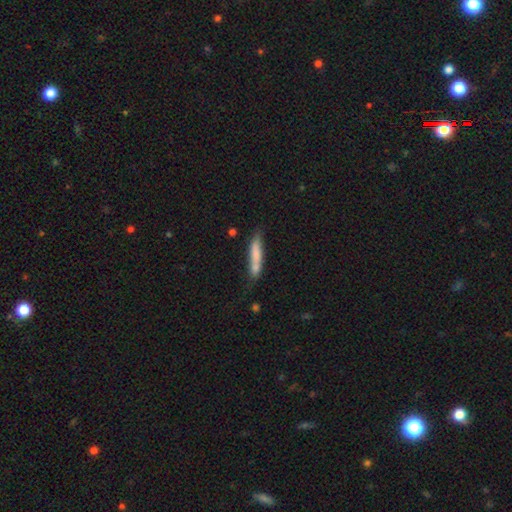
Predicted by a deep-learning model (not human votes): smooth-or-featured: smooth: 71% | featured or disk: 23% | star or artifact: 6%
  how-rounded: cigar-shaped: 88% | in between: 10% | round: 2%
  merging: none: 62% | minor disturbance: 23% | merger: 10% | major disturbance: 6%